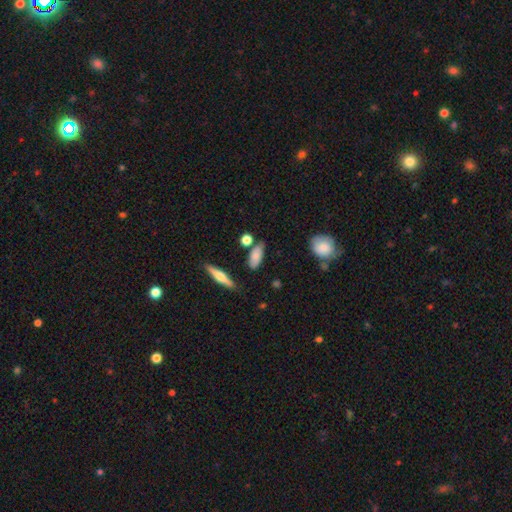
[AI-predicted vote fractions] This appears to be a smooth galaxy with no disk features (76%) that is in between round and cigar-shaped (78%). Merging: none (66%).